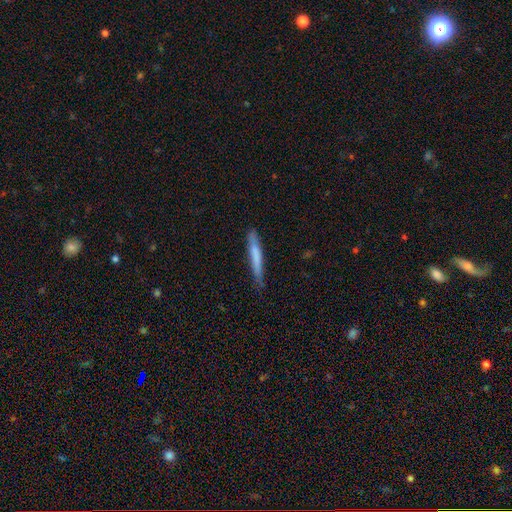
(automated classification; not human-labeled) A smooth galaxy with no disk features (67%) that is cigar-shaped (96%). Merging: none (77%).